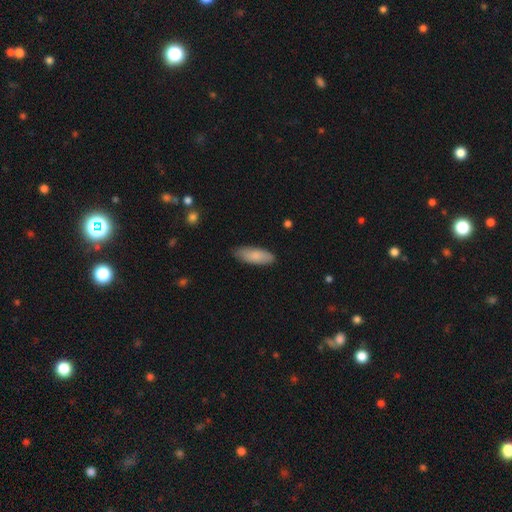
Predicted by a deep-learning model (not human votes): smooth-or-featured: smooth: 85% | featured or disk: 10% | star or artifact: 6%
  how-rounded: in between: 68% | cigar-shaped: 31% | round: 2%
  merging: none: 83% | minor disturbance: 14% | major disturbance: 2% | merger: 1%